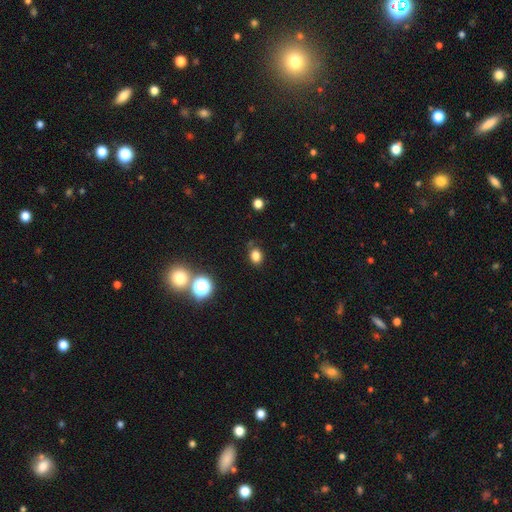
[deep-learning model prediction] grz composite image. It shows a smooth galaxy with no disk features (79%) that is in between round and cigar-shaped (51%). Merging: none (80%).